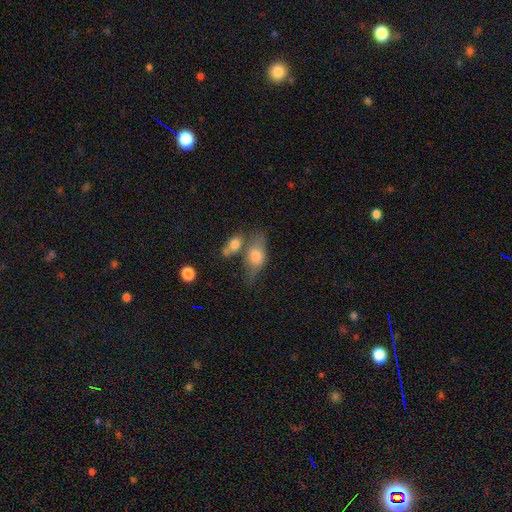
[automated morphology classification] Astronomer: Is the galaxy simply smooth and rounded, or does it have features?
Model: smooth — 65%.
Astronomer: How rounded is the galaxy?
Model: in between — 78%.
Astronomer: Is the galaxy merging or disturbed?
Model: none — 45% (runner-up: merger, 27%).